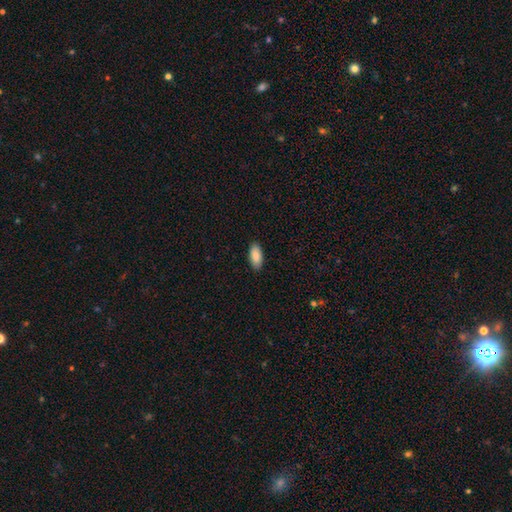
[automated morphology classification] This is clearly a smooth galaxy (89%). How rounded: clearly in between (91%). Merging: clearly none (90%).